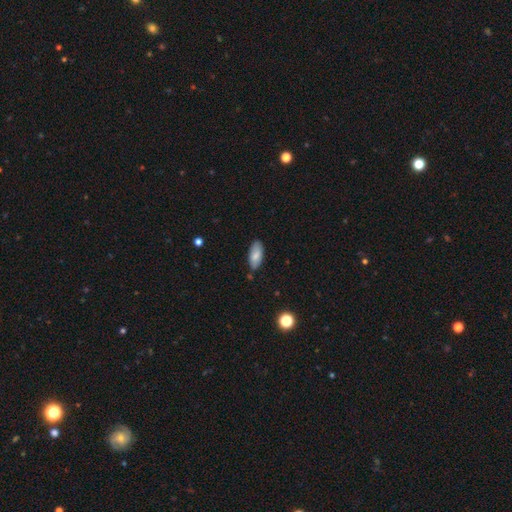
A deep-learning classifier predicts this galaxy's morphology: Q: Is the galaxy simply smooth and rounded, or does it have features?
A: smooth — 78%.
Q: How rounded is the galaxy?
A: in between — 88%.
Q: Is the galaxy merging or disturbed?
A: none — 79%.